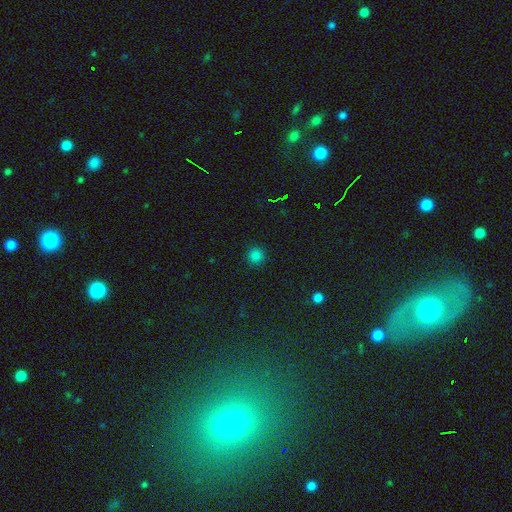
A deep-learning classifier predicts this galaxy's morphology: Smooth or featured?
  - smooth: 81% *
  - star or artifact: 16%
  - featured or disk: 3%
How rounded?
  - round: 94% *
  - in between: 5%
  - cigar-shaped: 1%
Merging?
  - none: 91% *
  - minor disturbance: 6%
  - major disturbance: 2%
  - merger: 1%